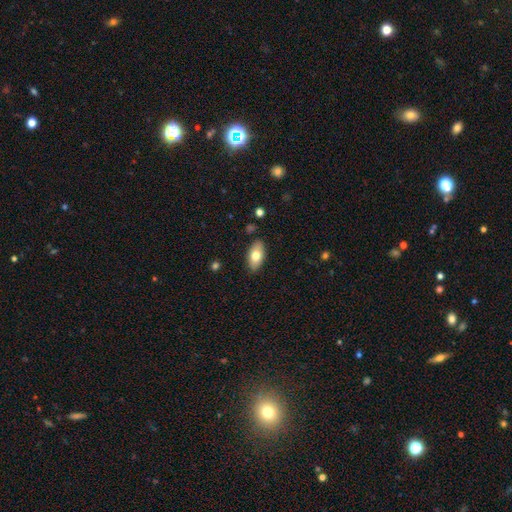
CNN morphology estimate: smooth 75%, featured or disk 18%, star or artifact 7%. Down the decision tree: how rounded — in between (92%); merging — none (86%).